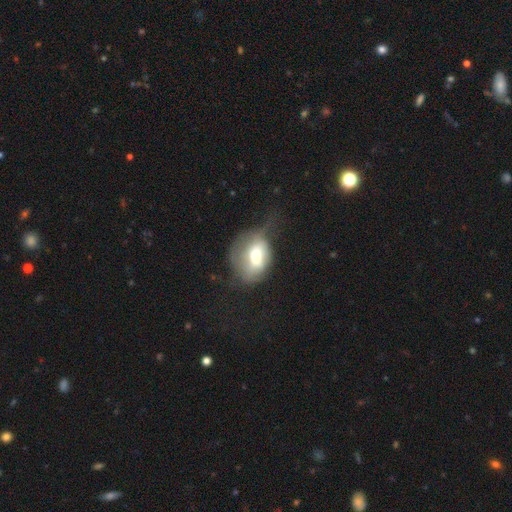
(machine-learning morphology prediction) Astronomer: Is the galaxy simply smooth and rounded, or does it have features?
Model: smooth — 60%.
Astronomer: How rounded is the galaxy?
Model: in between — 63%.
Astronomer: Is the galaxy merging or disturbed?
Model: major disturbance — 41% (runner-up: minor disturbance, 31%).